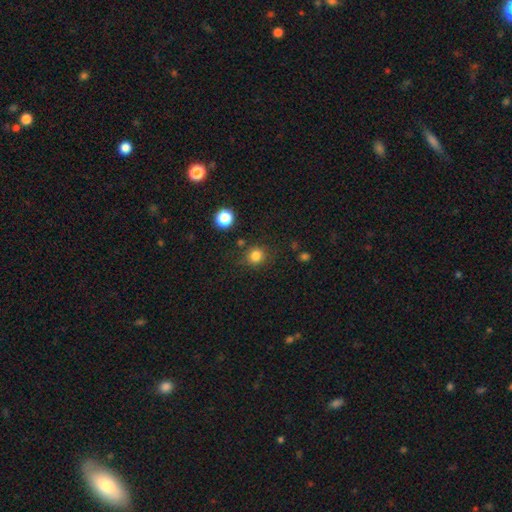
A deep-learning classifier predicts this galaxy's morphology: The model was most divided on "smooth or featured": smooth: 82%, star or artifact: 13%, featured or disk: 5%. More confident: how rounded — round (85%); merging — none (80%).